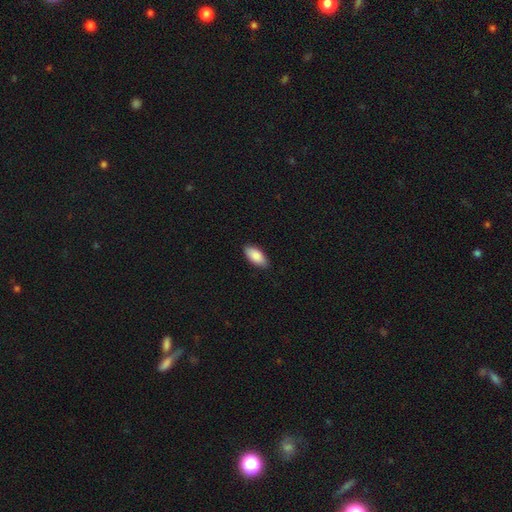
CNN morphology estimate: Smooth or featured: smooth — 88% (featured or disk — 6%)
How rounded: in between — 92% (cigar-shaped — 6%)
Merging: none — 87% (minor disturbance — 10%)